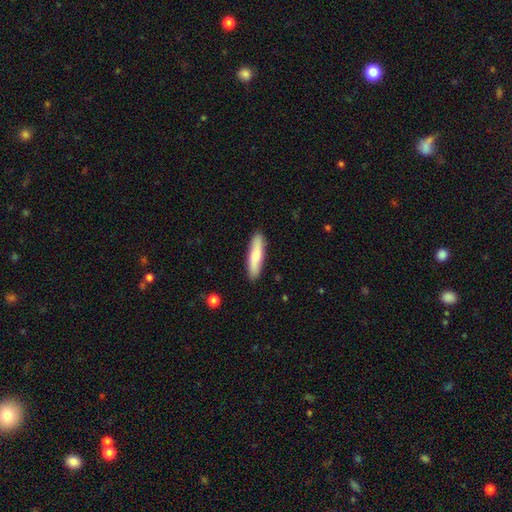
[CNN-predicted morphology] Smooth or featured? Predicted: smooth (p=0.72). How rounded? Predicted: cigar-shaped (p=0.79). Merging? Predicted: none (p=0.89).